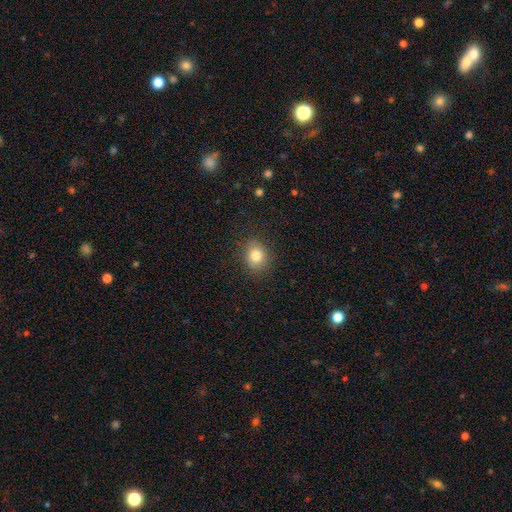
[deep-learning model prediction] Q: Smooth or featured?
A: smooth (81%); runner-up: star or artifact (11%)
Q: How rounded?
A: round (59%); runner-up: in between (40%)
Q: Merging?
A: none (85%); runner-up: minor disturbance (10%)